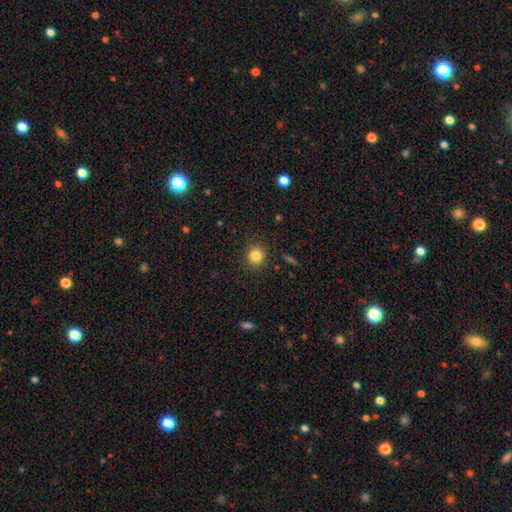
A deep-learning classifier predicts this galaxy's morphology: Smooth or featured? smooth (84%)
How rounded? round (89%)
Merging? none (89%)